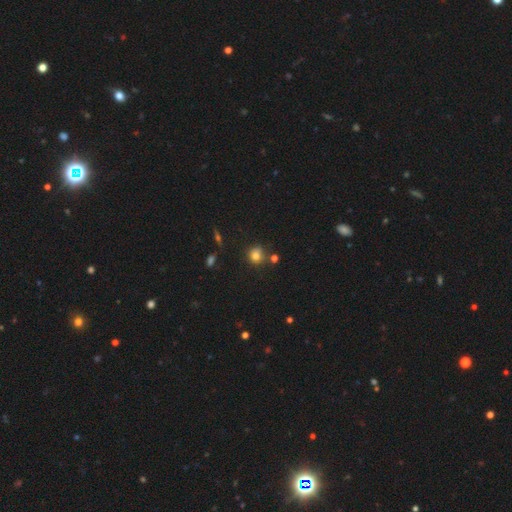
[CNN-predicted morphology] A smooth galaxy with no disk features (77%) that is round (86%).

Vote fractions:
- Smooth or featured? smooth: 77% / star or artifact: 14% / featured or disk: 8%
- How rounded? round: 86% / in between: 13% / cigar-shaped: 1%
- Merging? none: 74% / minor disturbance: 13% / merger: 9% / major disturbance: 4%